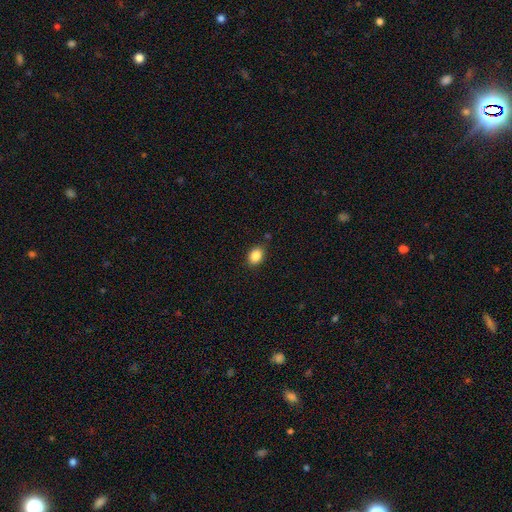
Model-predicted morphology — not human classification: Smooth or featured: smooth — 86% (star or artifact — 9%)
How rounded: in between — 70% (round — 29%)
Merging: none — 83% (minor disturbance — 12%)